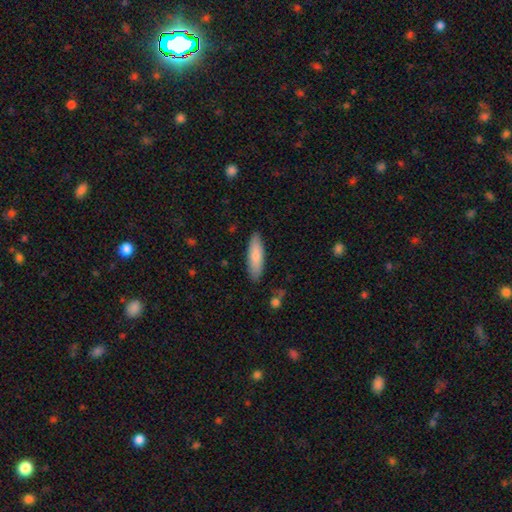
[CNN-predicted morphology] Smooth or featured?
  - smooth: 82% *
  - featured or disk: 13%
  - star or artifact: 5%
How rounded?
  - cigar-shaped: 57% *
  - in between: 42%
  - round: 1%
Merging?
  - none: 87% *
  - minor disturbance: 10%
  - major disturbance: 2%
  - merger: 1%